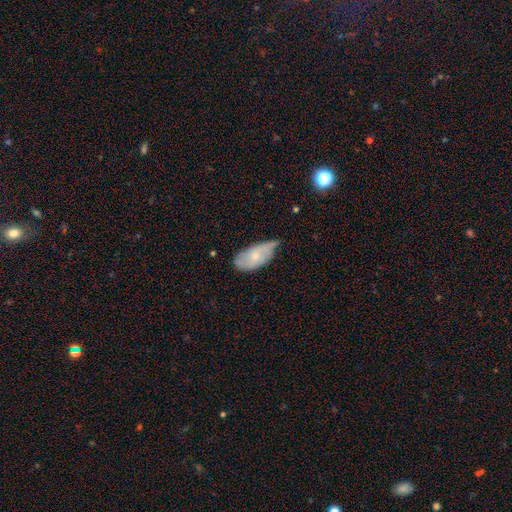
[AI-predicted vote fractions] Q: Smooth or featured?
A: smooth (52%); runner-up: featured or disk (41%)
Q: How rounded?
A: in between (91%); runner-up: cigar-shaped (5%)
Q: Merging?
A: minor disturbance (51%); runner-up: none (35%)